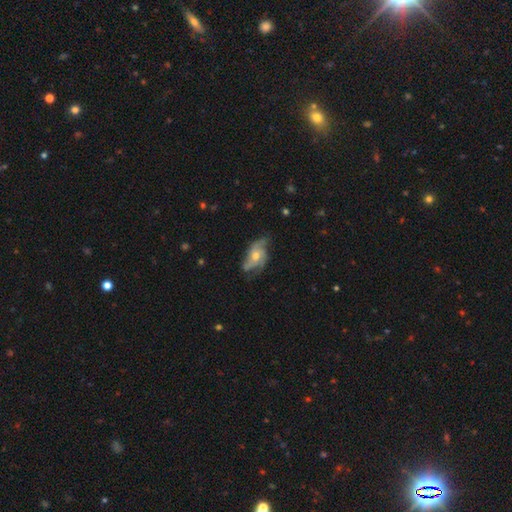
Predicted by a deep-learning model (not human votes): A featured or disk galaxy (81%) with no bar (73%), 3 (53%) medium (45%) spiral arms (93%) and a moderate central bulge (63%). Merging: none (60%).